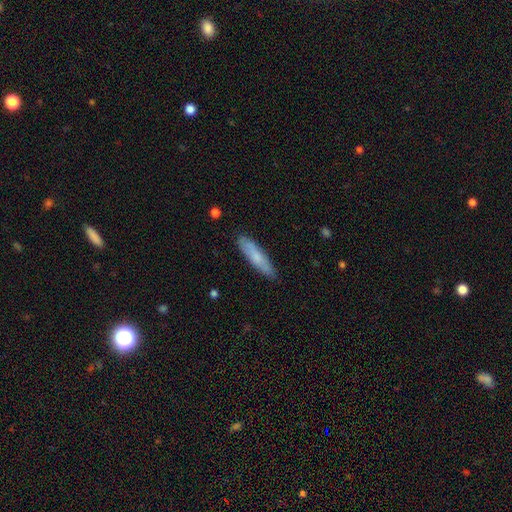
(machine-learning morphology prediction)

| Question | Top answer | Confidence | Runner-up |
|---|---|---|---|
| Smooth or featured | smooth | 75% | featured or disk (19%) |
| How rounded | cigar-shaped | 81% | in between (18%) |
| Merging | none | 86% | minor disturbance (11%) |